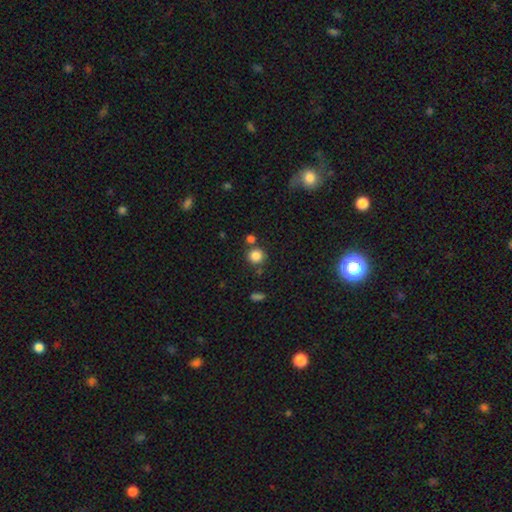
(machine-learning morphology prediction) This appears to be a smooth galaxy with no disk features (85%) that is round (92%). Merging: none (75%).